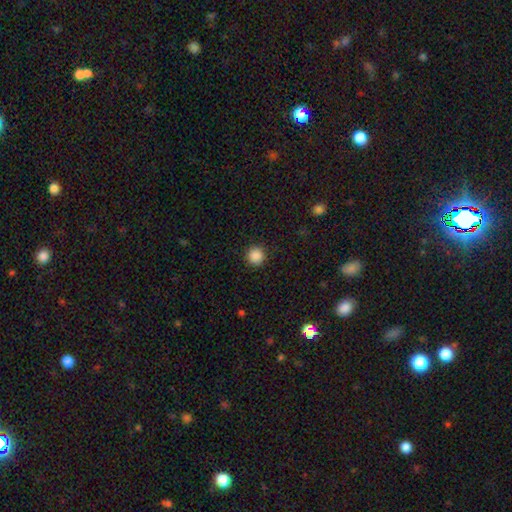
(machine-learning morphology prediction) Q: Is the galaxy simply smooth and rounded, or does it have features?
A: smooth — 88%.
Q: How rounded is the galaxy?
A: round — 95%.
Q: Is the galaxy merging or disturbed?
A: none — 92%.